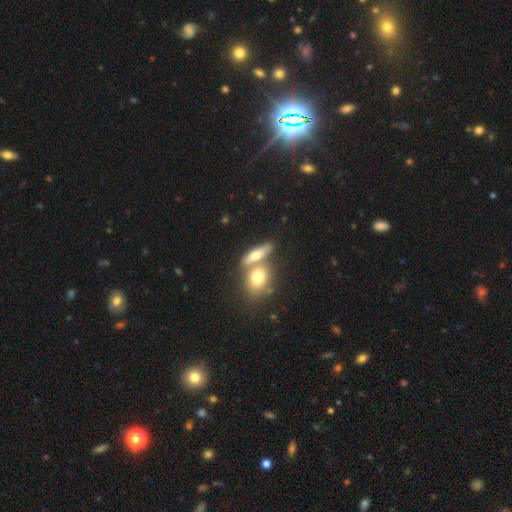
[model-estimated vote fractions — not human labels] Q: Smooth or featured?
A: smooth (60%); runner-up: featured or disk (33%)
Q: How rounded?
A: in between (50%); runner-up: cigar-shaped (34%)
Q: Merging?
A: none (46%); runner-up: merger (41%)